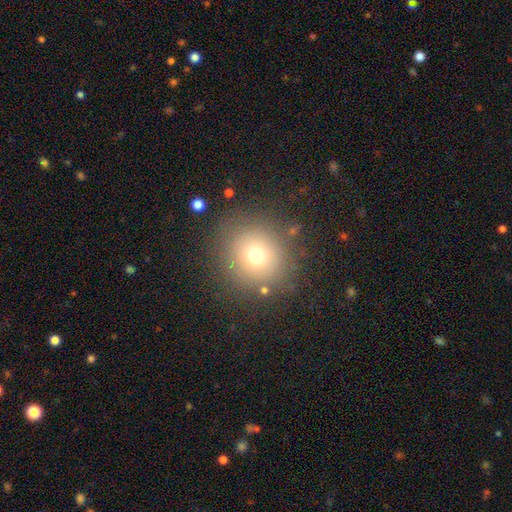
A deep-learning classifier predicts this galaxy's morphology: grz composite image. It shows a smooth galaxy with no disk features (70%) that is round (89%). Merging: none (83%).